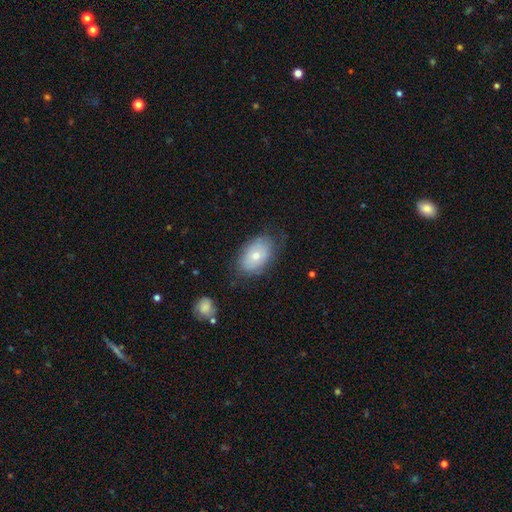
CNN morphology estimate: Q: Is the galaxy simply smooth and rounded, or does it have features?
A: smooth — 63%.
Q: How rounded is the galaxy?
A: in between — 86%.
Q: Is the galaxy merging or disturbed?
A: none — 70%.